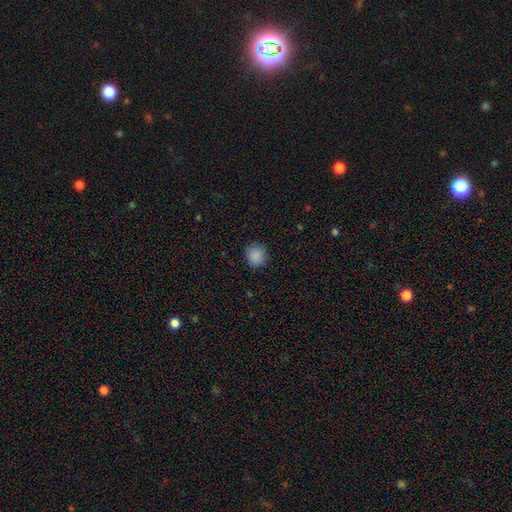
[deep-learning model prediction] Q: Smooth or featured?
A: smooth (87%); runner-up: star or artifact (10%)
Q: How rounded?
A: round (85%); runner-up: in between (14%)
Q: Merging?
A: none (85%); runner-up: minor disturbance (12%)